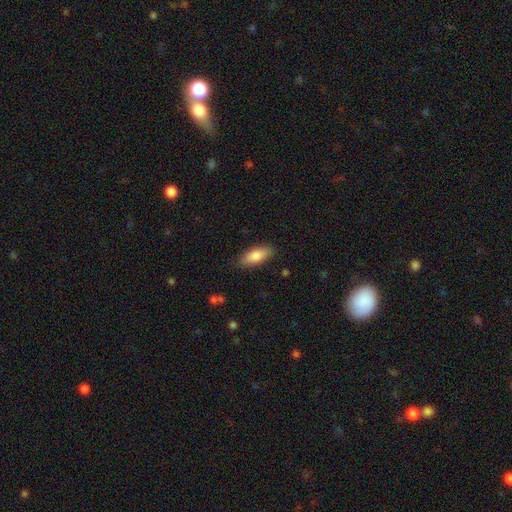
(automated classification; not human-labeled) smooth 84%, featured or disk 10%, star or artifact 6%. Down the decision tree: how rounded — in between (79%); merging — none (86%).